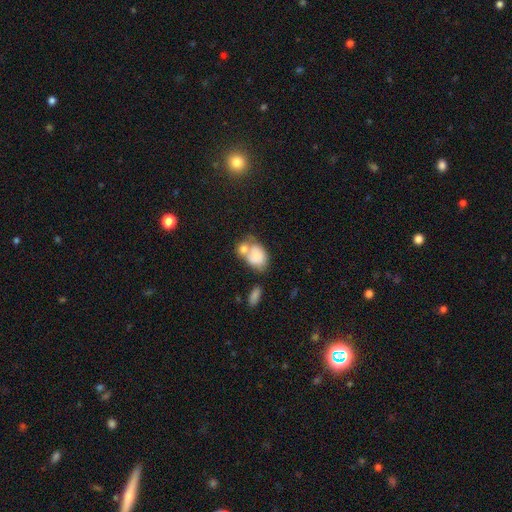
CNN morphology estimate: type=smooth (76%); roundness=in between (75%); merging=merger (54%).